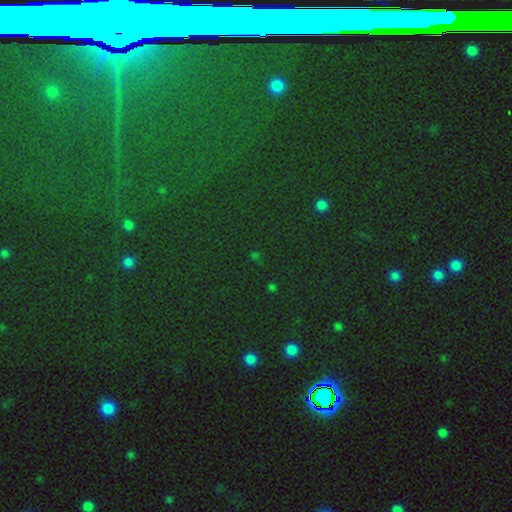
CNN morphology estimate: Smooth or featured?
  - star or artifact: 73% *
  - smooth: 18%
  - featured or disk: 9%